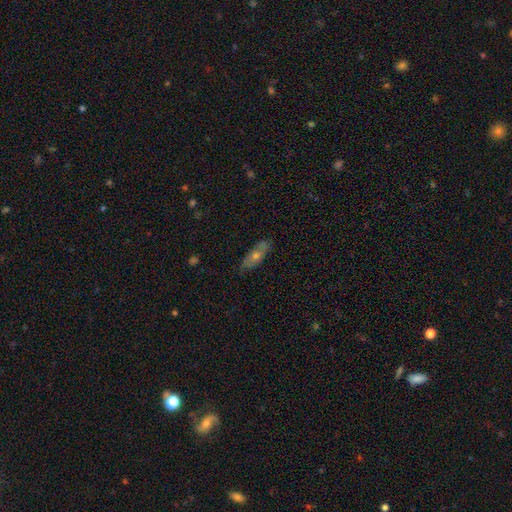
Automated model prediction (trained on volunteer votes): Smooth or featured? Predicted: featured or disk (p=0.49). Merging? Predicted: none (p=0.82).